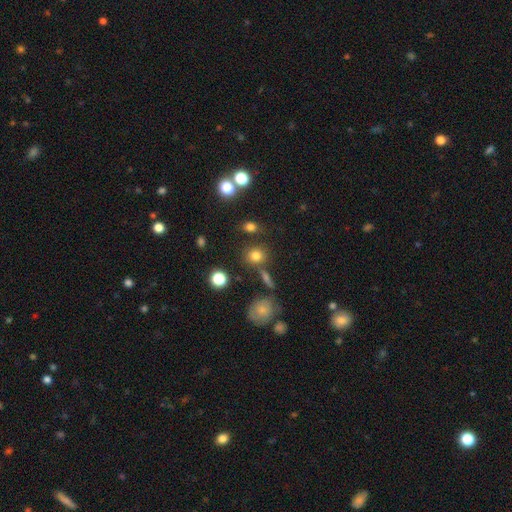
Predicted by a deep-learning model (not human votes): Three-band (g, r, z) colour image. It shows a smooth galaxy with no disk features (77%) that is round (75%). Merging: none (72%).